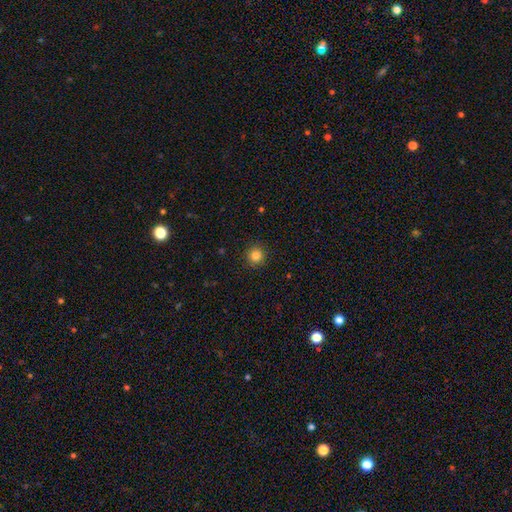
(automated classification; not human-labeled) Smooth or featured? smooth (83%)
How rounded? round (94%)
Merging? none (91%)